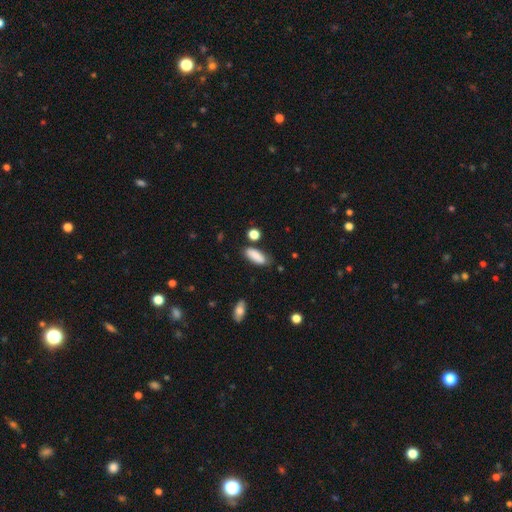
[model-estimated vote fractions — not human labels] A smooth galaxy with no disk features (87%) that is in between round and cigar-shaped (73%).

Vote fractions:
- Smooth or featured? smooth: 87% / star or artifact: 7% / featured or disk: 6%
- How rounded? in between: 73% / cigar-shaped: 24% / round: 2%
- Merging? none: 75% / minor disturbance: 17% / merger: 4% / major disturbance: 4%